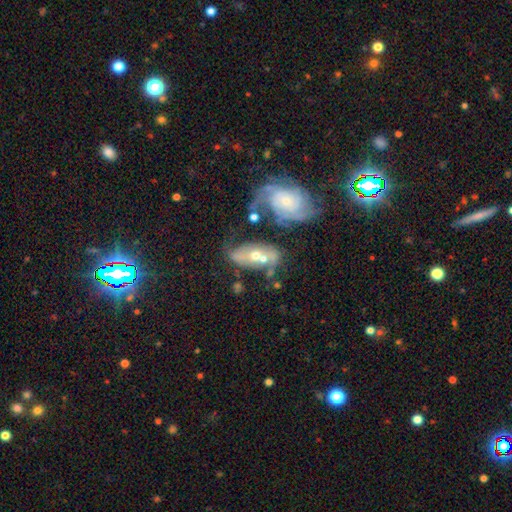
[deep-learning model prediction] smooth_or_featured: featured or disk (p=0.66) [alt: smooth p=0.22]
disk_edge_on: no (p=0.91) [alt: yes p=0.09]
bar: no (p=0.72) [alt: weak p=0.20]
has_spiral_arms: yes (p=0.79) [alt: no p=0.21]
bulge_size: small (p=0.47) [alt: moderate p=0.46]
merging: none (p=0.41) [alt: merger p=0.29]